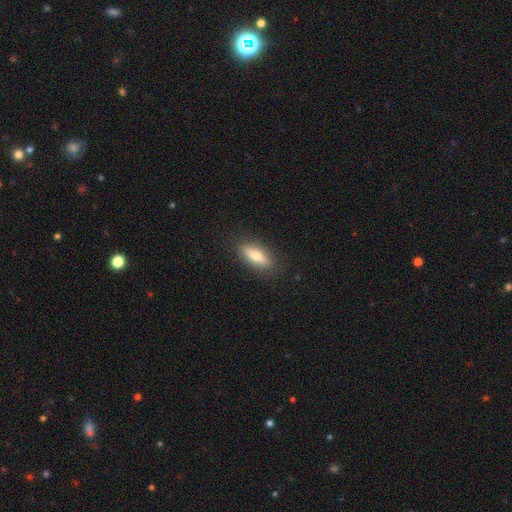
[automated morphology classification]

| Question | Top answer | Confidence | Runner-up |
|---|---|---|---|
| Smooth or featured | smooth | 62% | featured or disk (31%) |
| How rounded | in between | 50% | cigar-shaped (47%) |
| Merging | none | 88% | minor disturbance (9%) |